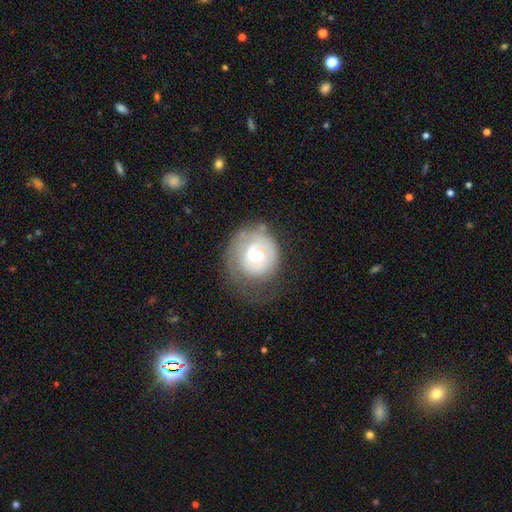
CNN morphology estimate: featured or disk 57%, smooth 36%, star or artifact 7%. Down the decision tree: edge-on disk — no (97%); bar — no (59%); spiral arms — yes (61%); bulge size — moderate (68%); merging — none (49%).